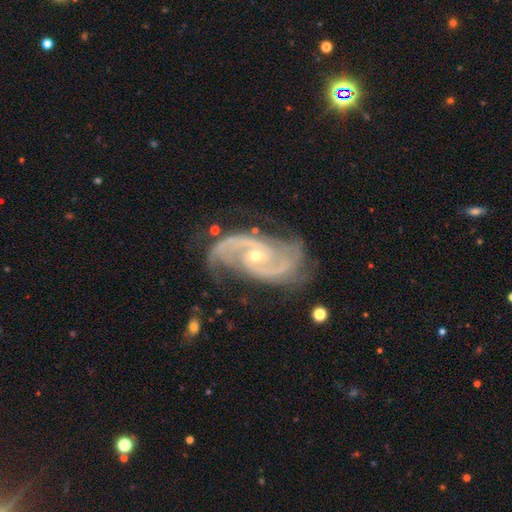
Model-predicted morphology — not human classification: Smooth or featured? featured or disk (92%)
Edge-on disk? no (97%)
Bar? no (52%)
Spiral arms? yes (98%)
Spiral winding? medium (54%)
Spiral arm count? 2 (75%)
Bulge size? small (65%)
Merging? none (67%)